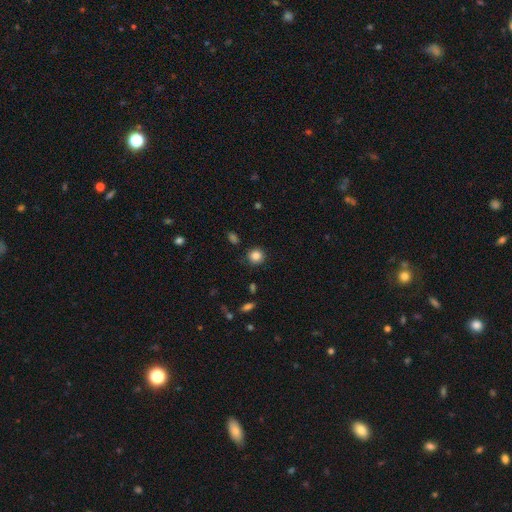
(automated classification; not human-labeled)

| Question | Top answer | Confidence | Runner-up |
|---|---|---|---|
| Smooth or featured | smooth | 85% | star or artifact (10%) |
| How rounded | round | 89% | in between (10%) |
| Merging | none | 86% | minor disturbance (9%) |